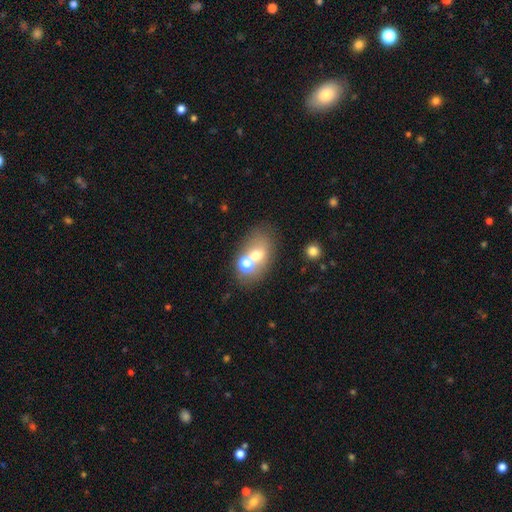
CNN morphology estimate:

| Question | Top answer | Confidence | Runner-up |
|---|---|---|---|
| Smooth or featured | smooth | 61% | featured or disk (25%) |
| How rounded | in between | 66% | round (33%) |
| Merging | none | 48% | merger (35%) |